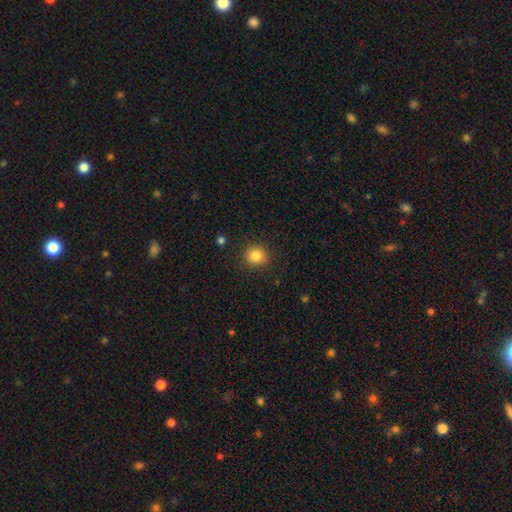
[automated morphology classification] This appears to be a smooth galaxy with no disk features (84%) that is round (89%). Merging: none (89%).